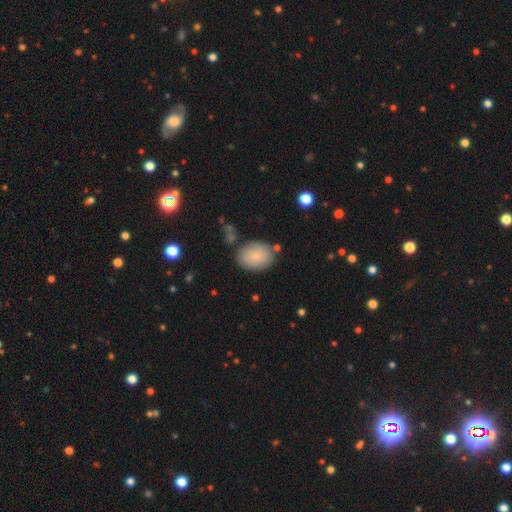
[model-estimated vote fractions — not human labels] The model was most divided on "how rounded": in between: 68%, round: 31%, cigar-shaped: 1%. More confident: smooth or featured — smooth (80%); merging — none (79%).